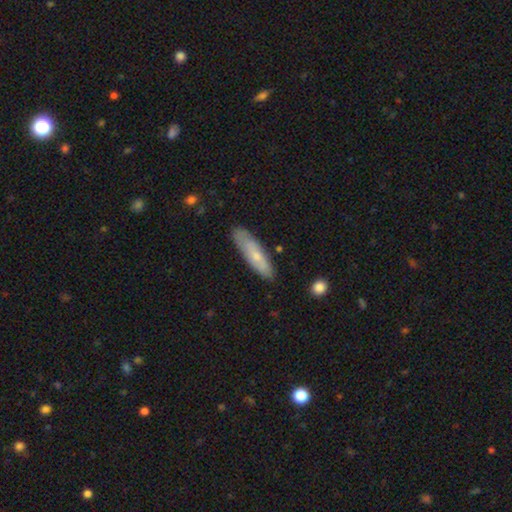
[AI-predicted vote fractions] smooth-or-featured: smooth: 62% | featured or disk: 32% | star or artifact: 6%
  how-rounded: cigar-shaped: 69% | in between: 30% | round: 2%
  merging: none: 80% | minor disturbance: 15% | major disturbance: 3% | merger: 2%